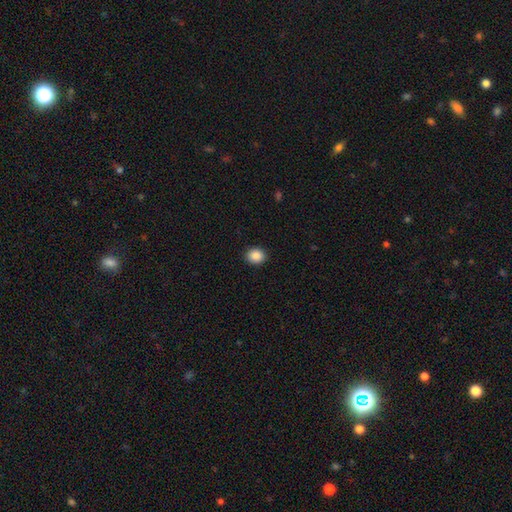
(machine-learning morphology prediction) The model was most divided on "how rounded": round: 71%, in between: 28%, cigar-shaped: 1%. More confident: merging — none (91%); smooth or featured — smooth (88%).